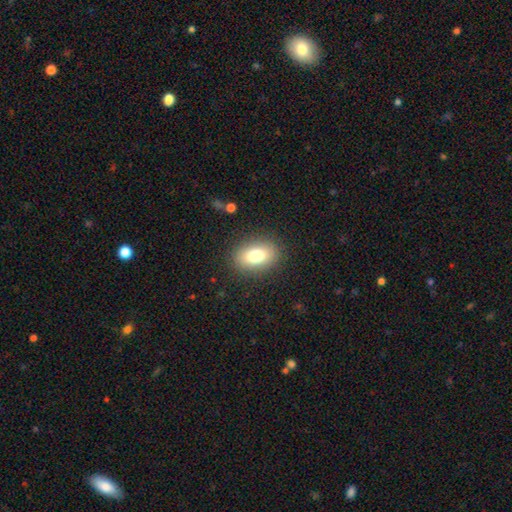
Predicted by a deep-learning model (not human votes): Morphology: type=smooth (78%); roundness=in between (84%); merging=none (87%).